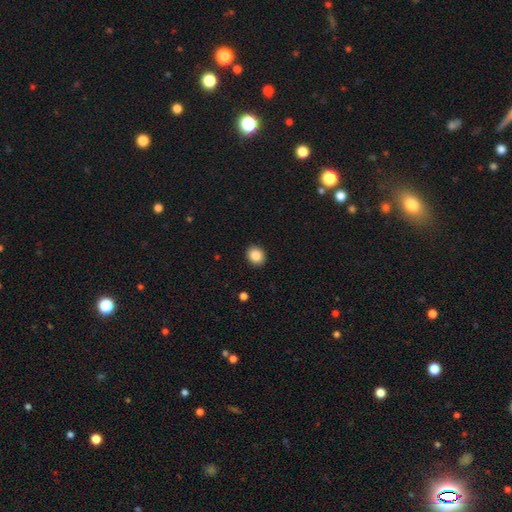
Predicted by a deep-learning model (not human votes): A smooth galaxy with no disk features (86%) that is round (62%). Merging: none (91%).